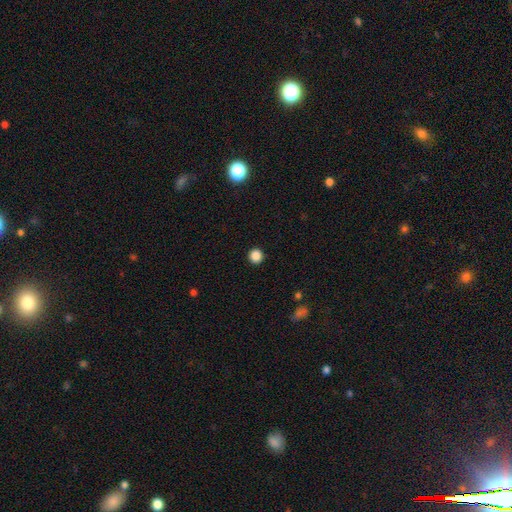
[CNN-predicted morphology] Smooth or featured?
  - smooth: 86% *
  - star or artifact: 11%
  - featured or disk: 3%
How rounded?
  - round: 94% *
  - in between: 5%
  - cigar-shaped: 1%
Merging?
  - none: 93% *
  - minor disturbance: 4%
  - major disturbance: 2%
  - merger: 1%